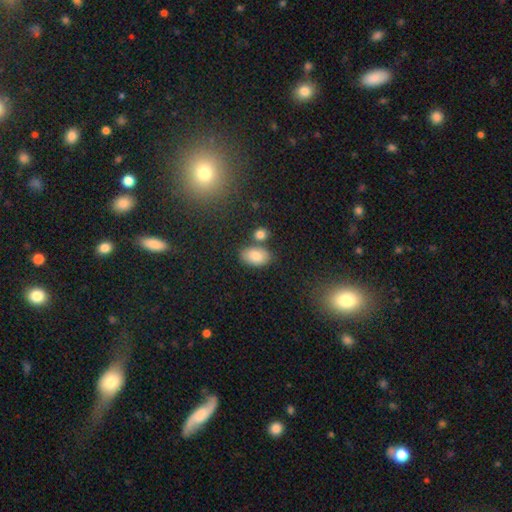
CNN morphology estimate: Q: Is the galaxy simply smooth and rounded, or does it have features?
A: smooth — 81%.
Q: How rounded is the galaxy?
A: in between — 89%.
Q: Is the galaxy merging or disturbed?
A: none — 70%.